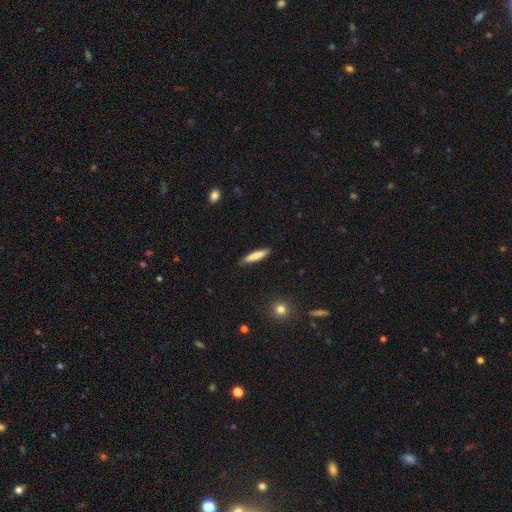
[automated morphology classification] Smooth or featured: smooth — 79% (featured or disk — 15%)
How rounded: cigar-shaped — 87% (in between — 12%)
Merging: none — 88% (minor disturbance — 9%)